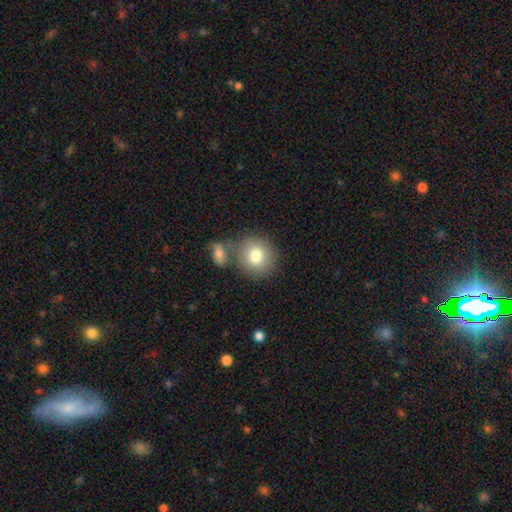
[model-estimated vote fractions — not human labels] Smooth or featured?
  - smooth: 79% *
  - featured or disk: 12%
  - star or artifact: 9%
How rounded?
  - round: 85% *
  - in between: 14%
  - cigar-shaped: 1%
Merging?
  - none: 65% *
  - merger: 20%
  - minor disturbance: 11%
  - major disturbance: 4%